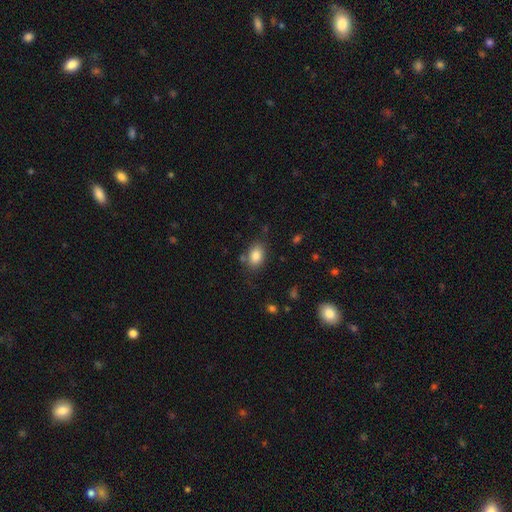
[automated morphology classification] smooth_or_featured: smooth (p=0.85) [alt: star or artifact p=0.08]
how_rounded: in between (p=0.82) [alt: round p=0.17]
merging: none (p=0.76) [alt: minor disturbance p=0.14]